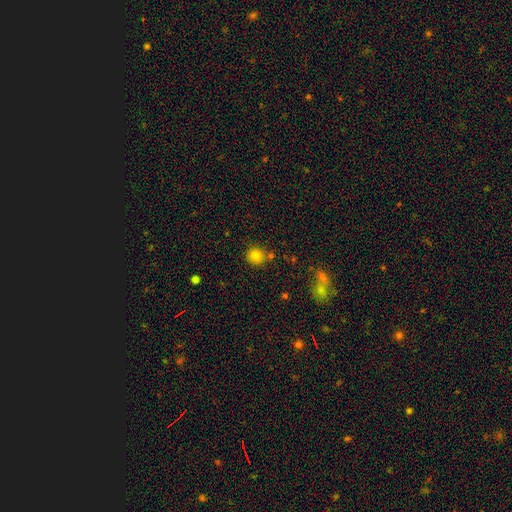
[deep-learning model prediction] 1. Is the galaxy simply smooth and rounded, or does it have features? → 82% smooth, 13% star or artifact, 5% featured or disk.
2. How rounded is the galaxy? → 91% round, 8% in between, 1% cigar-shaped.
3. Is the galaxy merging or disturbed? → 79% none, 10% minor disturbance, 9% merger, 3% major disturbance.